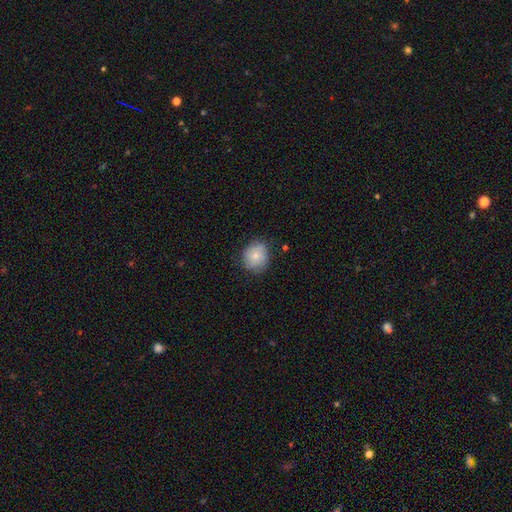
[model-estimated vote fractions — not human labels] A smooth galaxy with no disk features (77%) that is round (77%). Merging: none (75%).